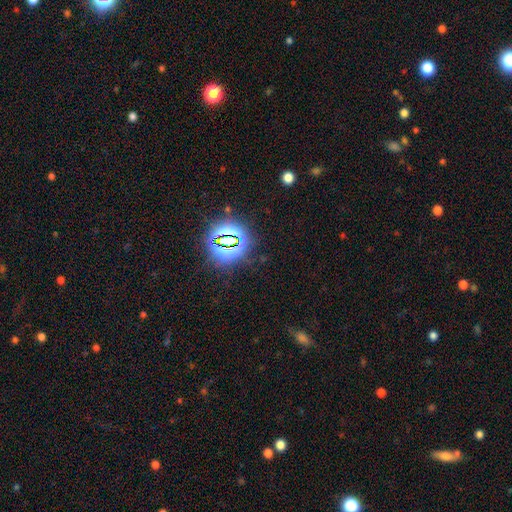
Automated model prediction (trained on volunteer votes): Smooth or featured? Predicted: star or artifact (p=0.81).